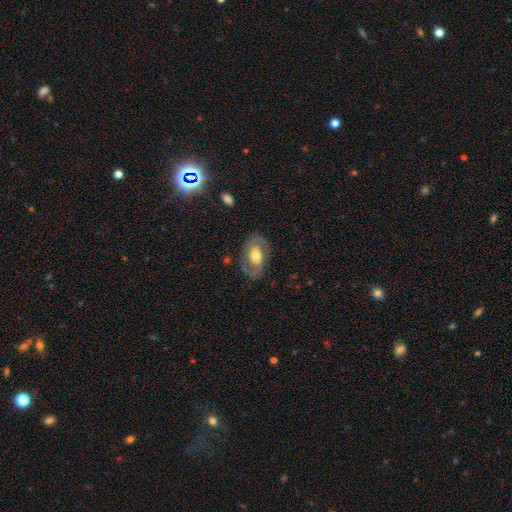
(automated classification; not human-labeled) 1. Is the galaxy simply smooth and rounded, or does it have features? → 54% featured or disk, 39% smooth, 6% star or artifact.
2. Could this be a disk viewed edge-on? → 93% no, 7% yes.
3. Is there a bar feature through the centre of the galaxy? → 62% no, 27% weak, 10% strong.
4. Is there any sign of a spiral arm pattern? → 51% yes, 49% no.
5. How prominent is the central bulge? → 55% moderate, 31% large, 10% small, 2% dominant, 2% none.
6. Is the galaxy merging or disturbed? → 77% none, 15% minor disturbance, 7% major disturbance, 1% merger.